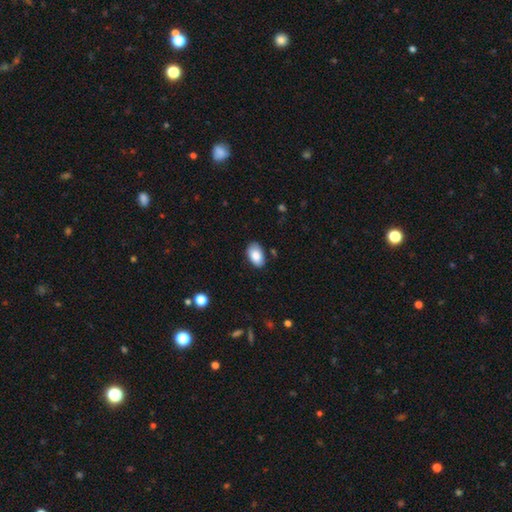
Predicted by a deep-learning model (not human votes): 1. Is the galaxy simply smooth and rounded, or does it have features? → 87% smooth, 7% star or artifact, 6% featured or disk.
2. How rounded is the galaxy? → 93% in between, 6% round, 1% cigar-shaped.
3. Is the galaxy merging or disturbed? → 81% none, 15% minor disturbance, 3% major disturbance, 2% merger.